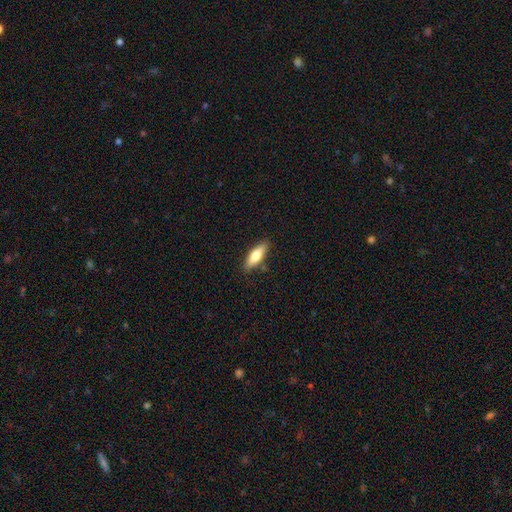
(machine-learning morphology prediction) Q: Smooth or featured?
A: smooth (71%); runner-up: featured or disk (23%)
Q: How rounded?
A: in between (57%); runner-up: cigar-shaped (40%)
Q: Merging?
A: none (85%); runner-up: minor disturbance (11%)